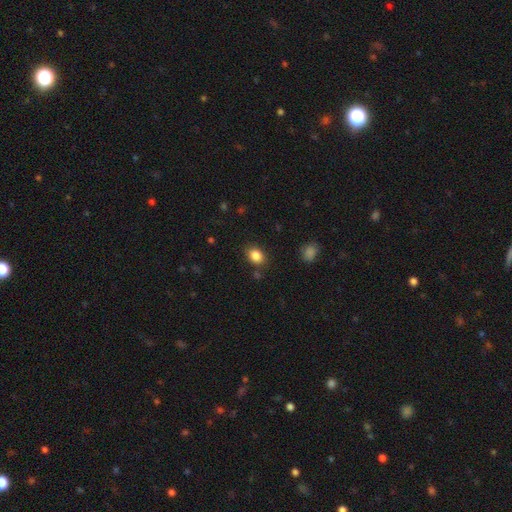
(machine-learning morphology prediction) This is clearly a smooth galaxy (85%). How rounded: likely in between (62%). Merging: clearly none (82%).